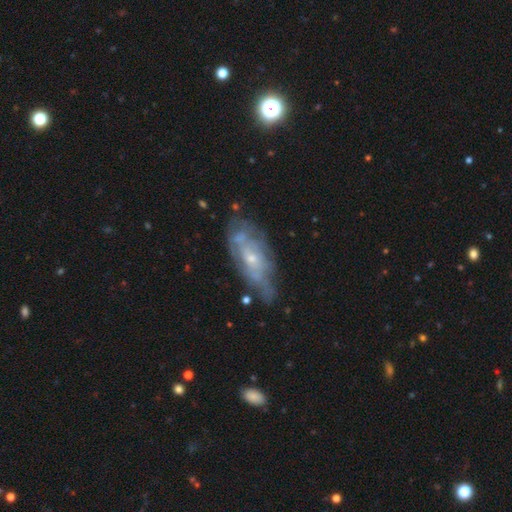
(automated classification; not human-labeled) A featured or disk galaxy (63%).

Vote fractions:
- Smooth or featured? featured or disk: 63% / smooth: 21% / star or artifact: 17%
- Edge-on disk? no: 78% / yes: 22%
- Merging? none: 74% / minor disturbance: 17% / major disturbance: 6% / merger: 2%